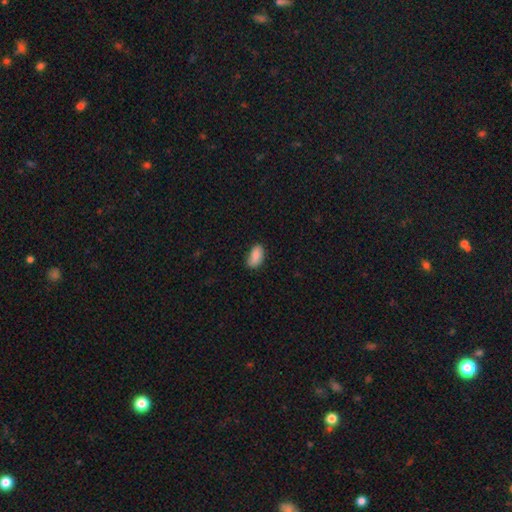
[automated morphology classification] smooth 85%, featured or disk 8%, star or artifact 7%. Down the decision tree: how rounded — in between (92%); merging — none (79%).